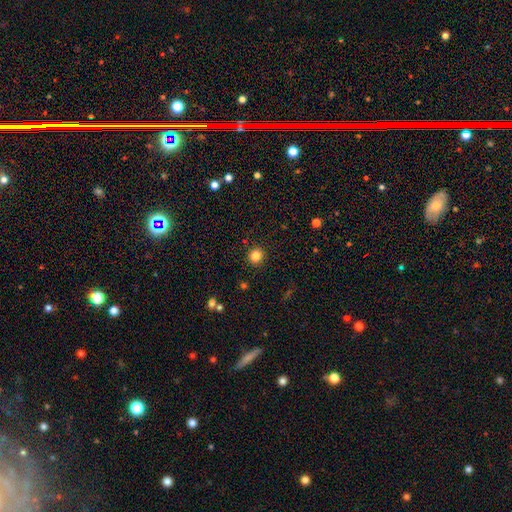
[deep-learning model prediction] A smooth galaxy with no disk features (83%) that is round (91%).

Vote fractions:
- Smooth or featured? smooth: 83% / star or artifact: 12% / featured or disk: 5%
- How rounded? round: 91% / in between: 8% / cigar-shaped: 1%
- Merging? none: 92% / minor disturbance: 5% / major disturbance: 2% / merger: 1%